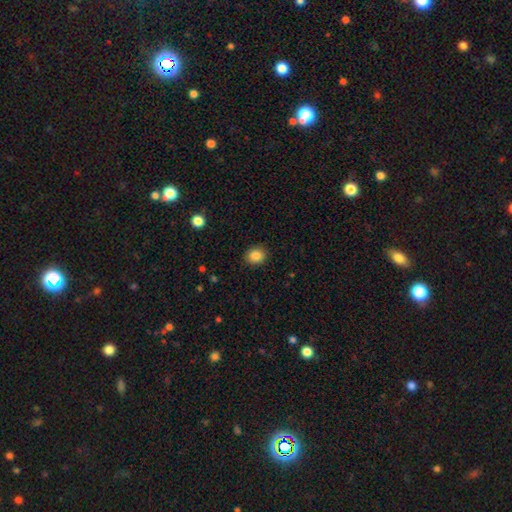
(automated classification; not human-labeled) Smooth or featured? Predicted: smooth (p=0.85). How rounded? Predicted: round (p=0.72). Merging? Predicted: none (p=0.90).